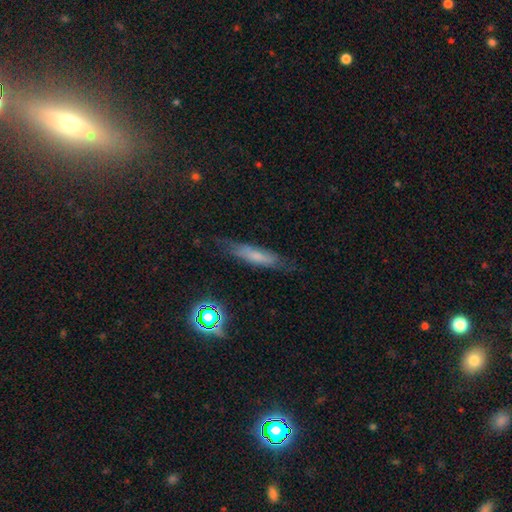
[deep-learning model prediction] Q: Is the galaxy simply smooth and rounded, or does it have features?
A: smooth — 56%.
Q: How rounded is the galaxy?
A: cigar-shaped — 79%.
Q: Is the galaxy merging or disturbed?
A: none — 73%.